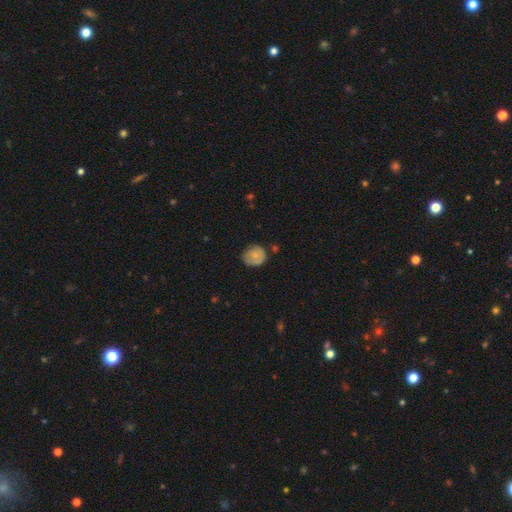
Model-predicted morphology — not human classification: This is likely a smooth galaxy (69%). How rounded: likely round (79%). Merging: likely none (65%).